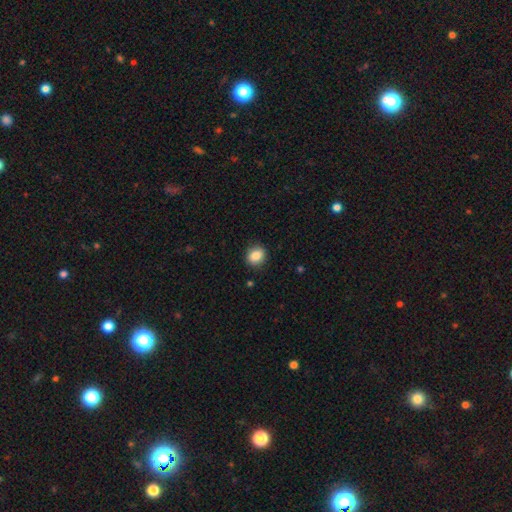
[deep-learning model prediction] Smooth or featured?
  - smooth: 86% *
  - star or artifact: 9%
  - featured or disk: 5%
How rounded?
  - round: 71% *
  - in between: 29%
  - cigar-shaped: 1%
Merging?
  - none: 89% *
  - minor disturbance: 8%
  - major disturbance: 2%
  - merger: 1%